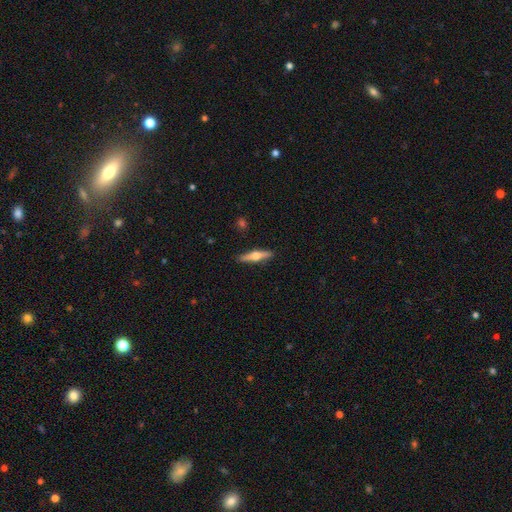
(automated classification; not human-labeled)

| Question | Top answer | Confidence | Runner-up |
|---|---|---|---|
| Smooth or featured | featured or disk | 60% | smooth (35%) |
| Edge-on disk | yes | 96% | no (4%) |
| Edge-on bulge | rounded | 94% | boxy (3%) |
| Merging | none | 90% | minor disturbance (7%) |